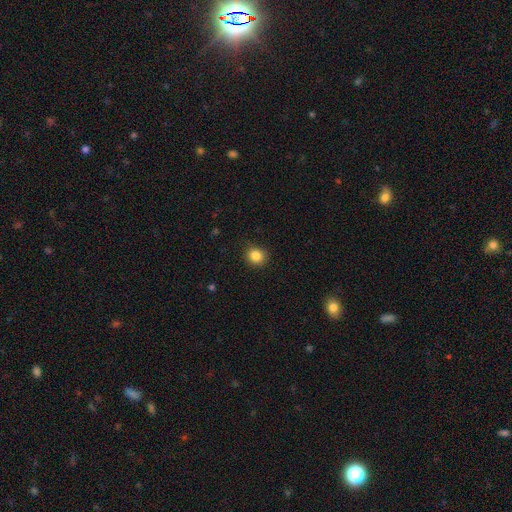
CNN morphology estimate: smooth 85%, star or artifact 11%, featured or disk 4%. Down the decision tree: how rounded — round (84%); merging — none (88%).